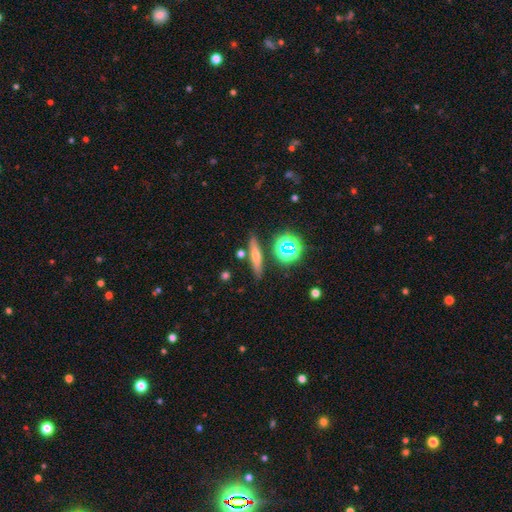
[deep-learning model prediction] smooth_or_featured: smooth (p=0.43) [alt: featured or disk p=0.39]
merging: none (p=0.84) [alt: minor disturbance p=0.09]